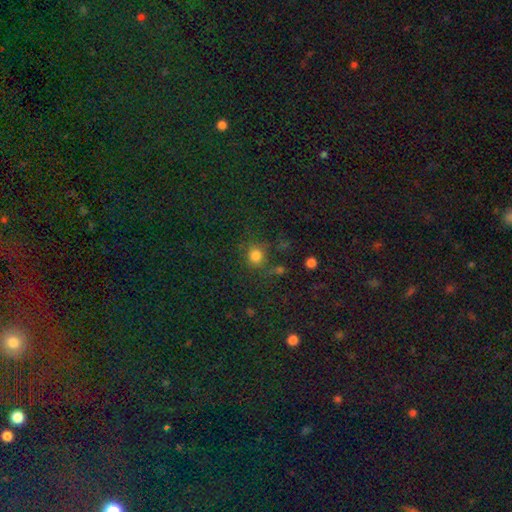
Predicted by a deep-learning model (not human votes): This is likely a smooth galaxy (77%). How rounded: clearly round (87%). Merging: likely none (73%).